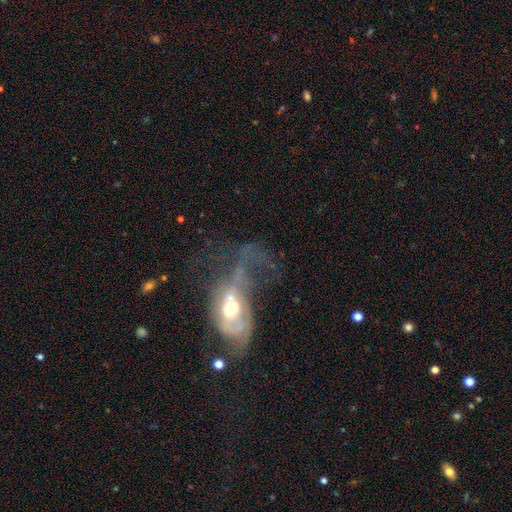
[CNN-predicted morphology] featured or disk 60%, smooth 27%, star or artifact 12%. Down the decision tree: edge-on disk — no (92%); bar — no (69%); spiral arms — no (53%); bulge size — moderate (69%); merging — major disturbance (66%).